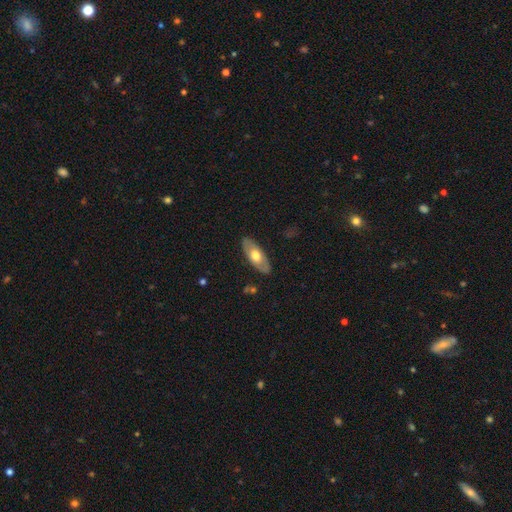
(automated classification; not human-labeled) smooth 55%, featured or disk 40%, star or artifact 5%. Down the decision tree: how rounded — in between (84%); merging — none (86%).